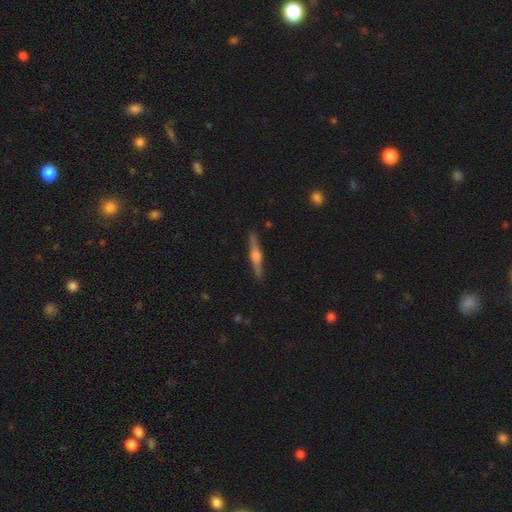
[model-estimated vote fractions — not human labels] Smooth or featured? featured or disk (75%)
Edge-on disk? yes (98%)
Edge-on bulge? rounded (90%)
Merging? none (91%)